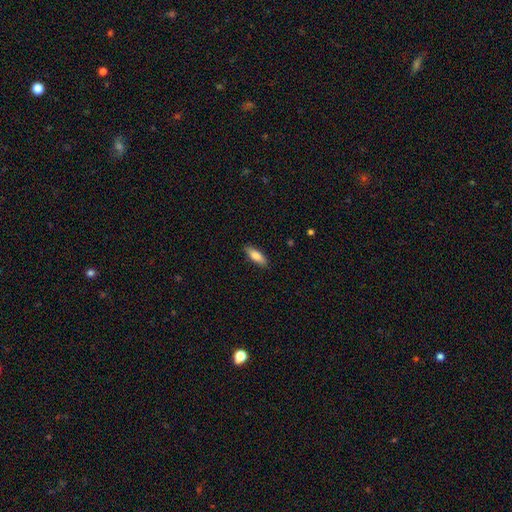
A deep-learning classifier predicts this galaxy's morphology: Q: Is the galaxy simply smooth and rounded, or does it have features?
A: smooth — 79%.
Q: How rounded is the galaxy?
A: in between — 56%.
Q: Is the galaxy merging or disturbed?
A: none — 88%.